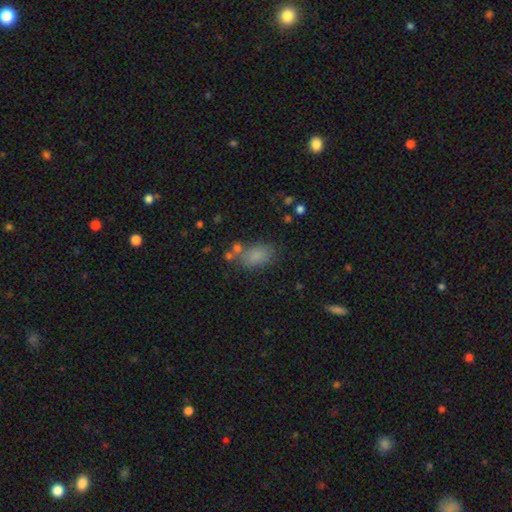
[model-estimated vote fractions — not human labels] smooth-or-featured: smooth: 79% | star or artifact: 13% | featured or disk: 8%
  how-rounded: in between: 85% | round: 13% | cigar-shaped: 2%
  merging: none: 65% | minor disturbance: 16% | merger: 12% | major disturbance: 6%